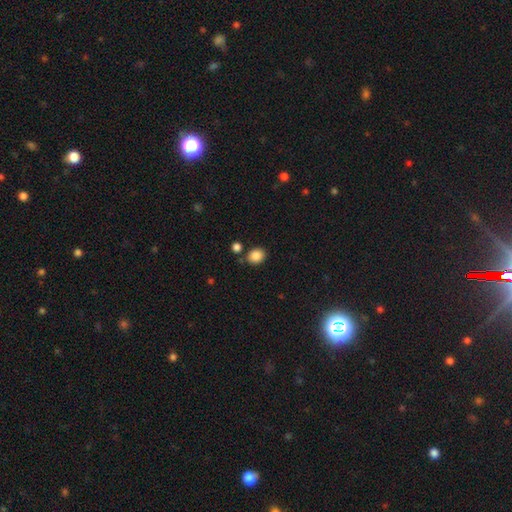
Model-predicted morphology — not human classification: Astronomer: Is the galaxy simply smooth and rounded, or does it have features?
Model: smooth — 86%.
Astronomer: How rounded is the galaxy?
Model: round — 52% (runner-up: in between, 47%).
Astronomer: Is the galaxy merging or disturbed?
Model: none — 80%.